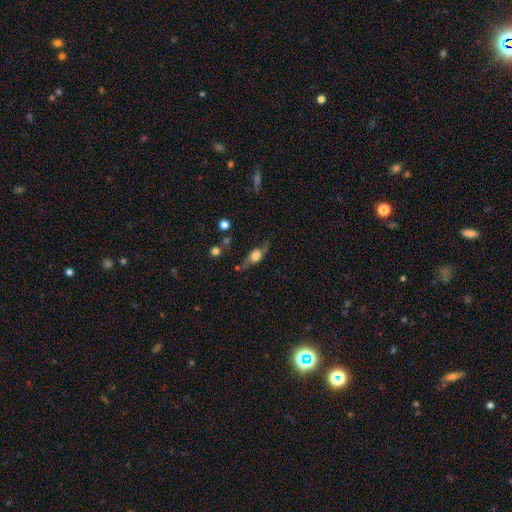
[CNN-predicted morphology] Smooth or featured: smooth — 46% (featured or disk — 45%)
Merging: none — 60% (minor disturbance — 23%)